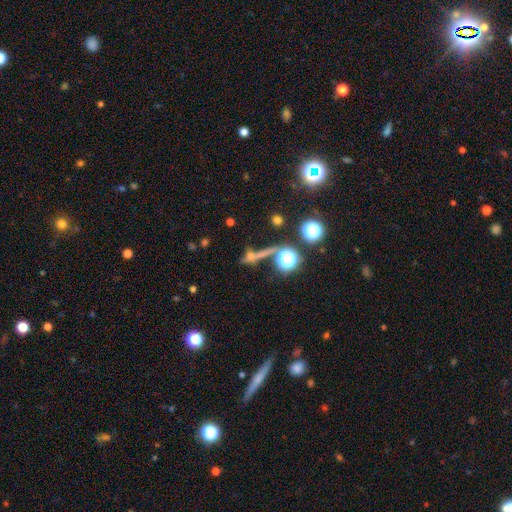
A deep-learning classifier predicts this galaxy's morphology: smooth_or_featured: smooth (p=0.35) [alt: star or artifact p=0.34]
merging: none (p=0.57) [alt: merger p=0.19]